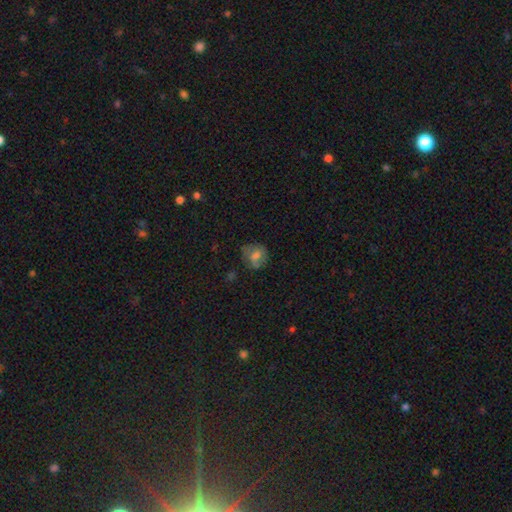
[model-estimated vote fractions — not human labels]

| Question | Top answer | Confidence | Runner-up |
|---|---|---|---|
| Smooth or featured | smooth | 61% | featured or disk (28%) |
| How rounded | round | 71% | in between (28%) |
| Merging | none | 58% | minor disturbance (26%) |